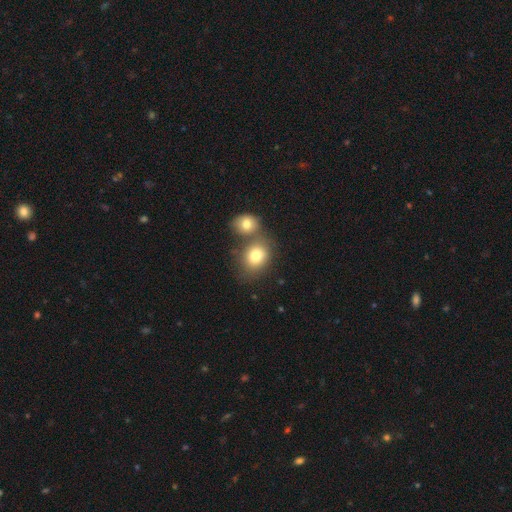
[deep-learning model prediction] This appears to be a smooth galaxy with no disk features (78%) that is round (58%). Merging: merger (43%, tied with none).